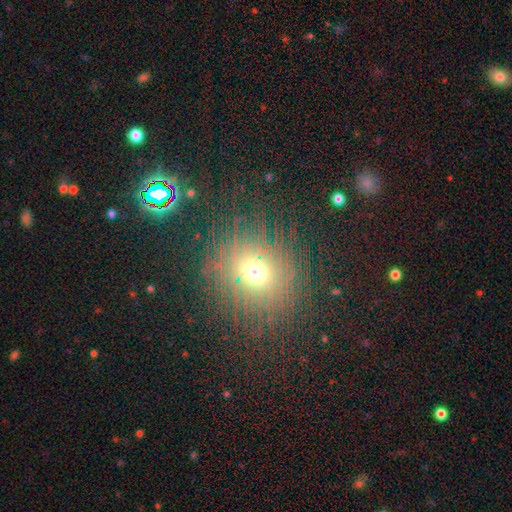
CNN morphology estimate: Smooth or featured: smooth — 53% (star or artifact — 29%)
How rounded: round — 80% (in between — 19%)
Merging: none — 83% (minor disturbance — 10%)